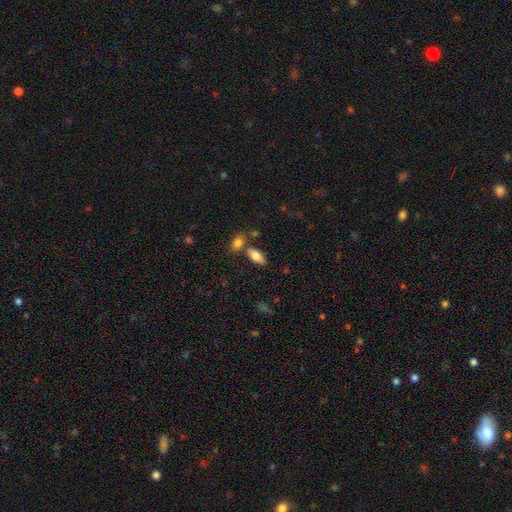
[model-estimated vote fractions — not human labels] This is likely a smooth galaxy (76%). How rounded: clearly in between (85%). Merging: likely none (64%).